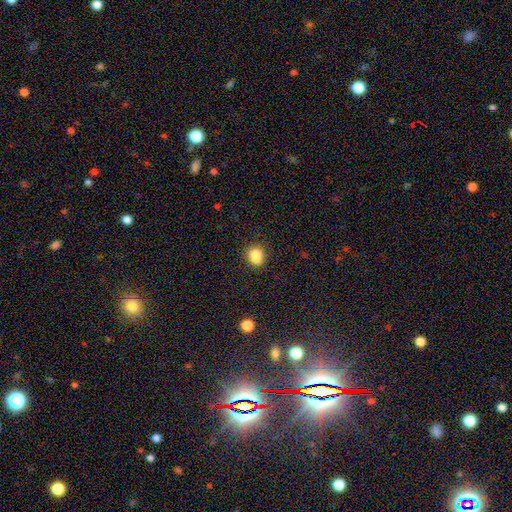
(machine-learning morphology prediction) A smooth galaxy with no disk features (74%) that is round (71%).

Vote fractions:
- Smooth or featured? smooth: 74% / featured or disk: 14% / star or artifact: 12%
- How rounded? round: 71% / in between: 27% / cigar-shaped: 1%
- Merging? none: 45% / merger: 36% / minor disturbance: 14% / major disturbance: 5%